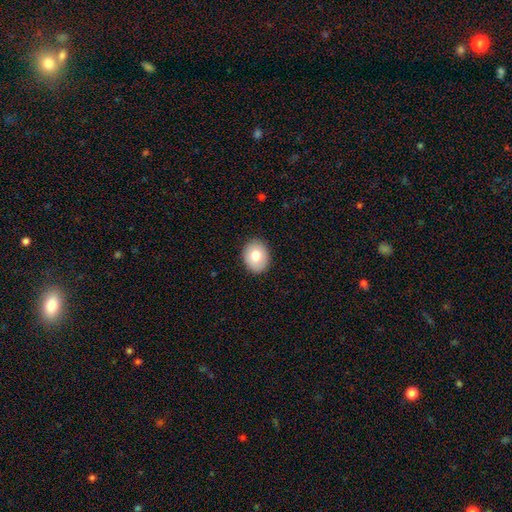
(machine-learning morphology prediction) The model was most divided on "how rounded": in between: 53%, round: 46%, cigar-shaped: 1%. More confident: merging — none (88%); smooth or featured — smooth (77%).